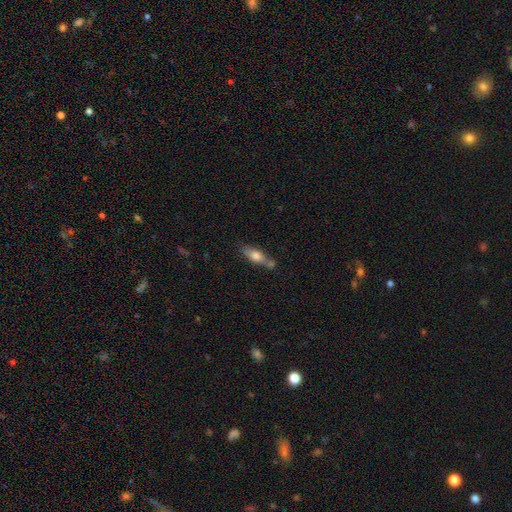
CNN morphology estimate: This appears to be a smooth galaxy with no disk features (67%) that is in between round and cigar-shaped (60%). Merging: none (52%).